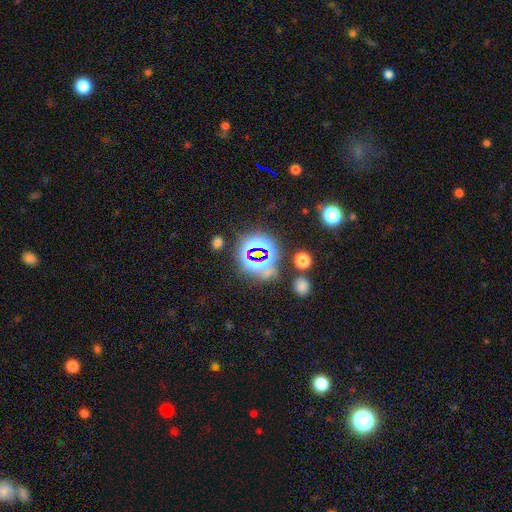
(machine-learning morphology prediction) type=star or artifact (72%).